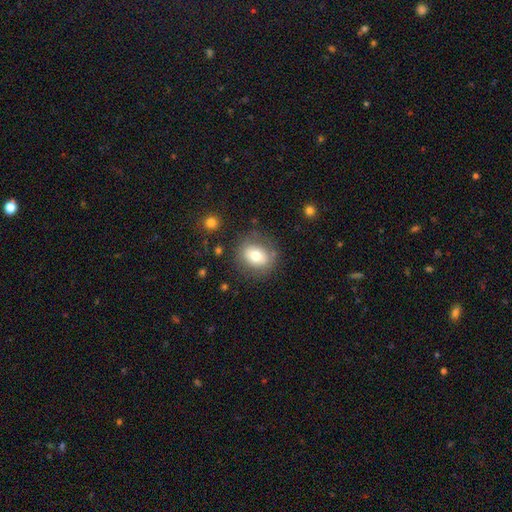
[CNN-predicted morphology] Smooth or featured?
  - smooth: 71% *
  - featured or disk: 20%
  - star or artifact: 9%
How rounded?
  - round: 57% *
  - in between: 43%
  - cigar-shaped: 1%
Merging?
  - none: 76% *
  - minor disturbance: 15%
  - major disturbance: 6%
  - merger: 3%